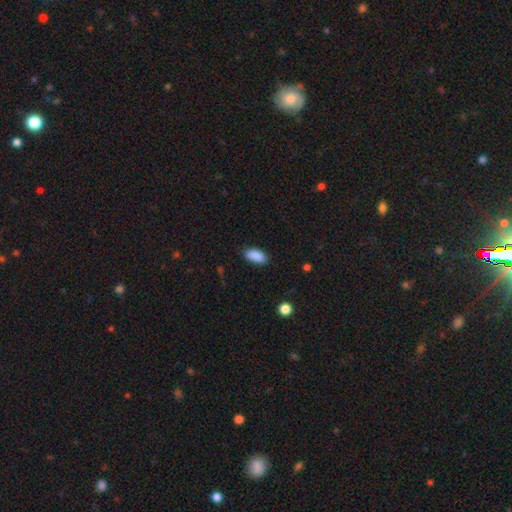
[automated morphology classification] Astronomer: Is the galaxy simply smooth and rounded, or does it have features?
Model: smooth — 89%.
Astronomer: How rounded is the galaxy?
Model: in between — 90%.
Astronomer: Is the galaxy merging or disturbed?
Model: none — 82%.